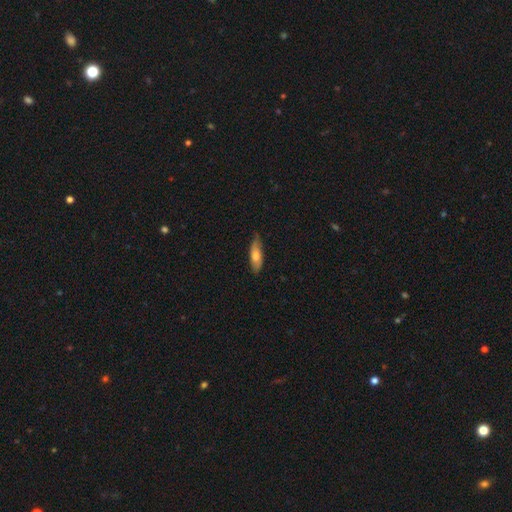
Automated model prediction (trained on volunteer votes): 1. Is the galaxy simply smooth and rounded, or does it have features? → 66% smooth, 29% featured or disk, 6% star or artifact.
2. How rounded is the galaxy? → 56% in between, 42% cigar-shaped, 2% round.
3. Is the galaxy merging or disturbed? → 72% none, 23% minor disturbance, 3% major disturbance, 1% merger.